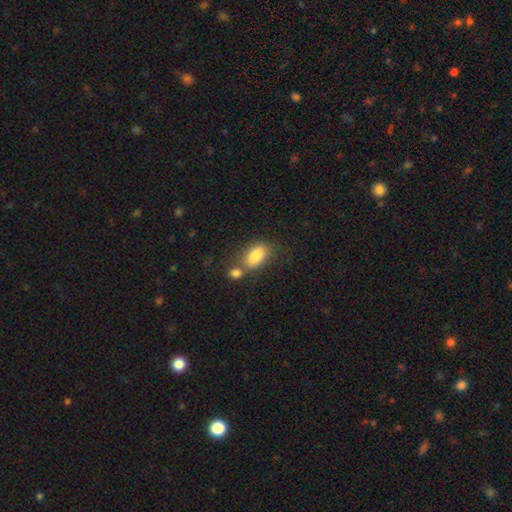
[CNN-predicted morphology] The model was most divided on "merging": none: 49%, merger: 33%, minor disturbance: 13%, major disturbance: 5%. More confident: how rounded — in between (88%); smooth or featured — smooth (83%).